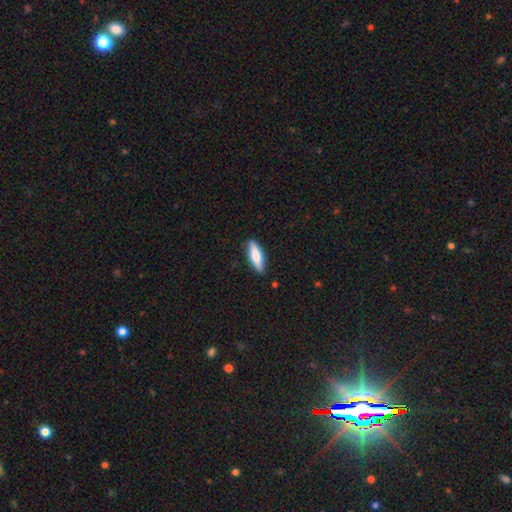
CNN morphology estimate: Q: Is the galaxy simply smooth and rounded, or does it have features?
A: smooth — 69%.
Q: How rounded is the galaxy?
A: cigar-shaped — 56%.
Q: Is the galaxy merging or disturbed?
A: none — 87%.